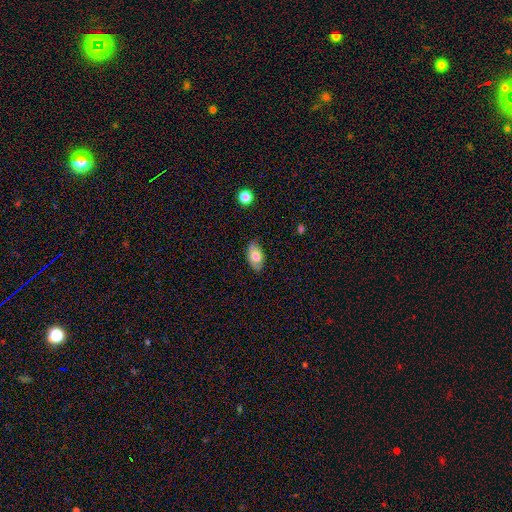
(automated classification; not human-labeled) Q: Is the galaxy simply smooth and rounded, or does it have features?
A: smooth — 74%.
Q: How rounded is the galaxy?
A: in between — 93%.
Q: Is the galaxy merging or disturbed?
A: none — 84%.